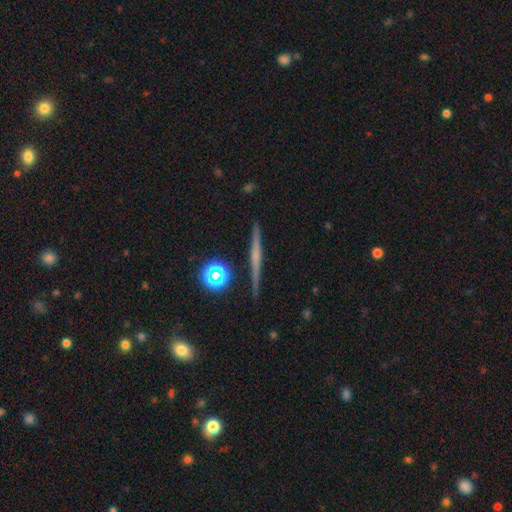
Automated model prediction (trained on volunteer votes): smooth_or_featured: featured or disk (p=0.63) [alt: smooth p=0.27]
disk_edge_on: yes (p=0.97) [alt: no p=0.03]
edge_on_bulge: none (p=0.58) [alt: rounded p=0.31]
merging: none (p=0.89) [alt: minor disturbance p=0.07]